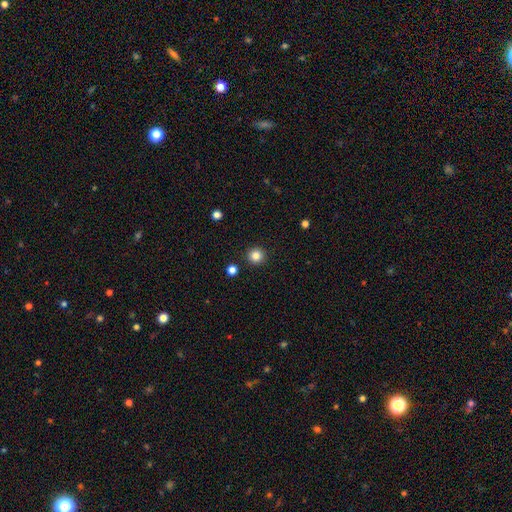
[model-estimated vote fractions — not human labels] Smooth or featured? smooth (84%)
How rounded? round (95%)
Merging? none (92%)